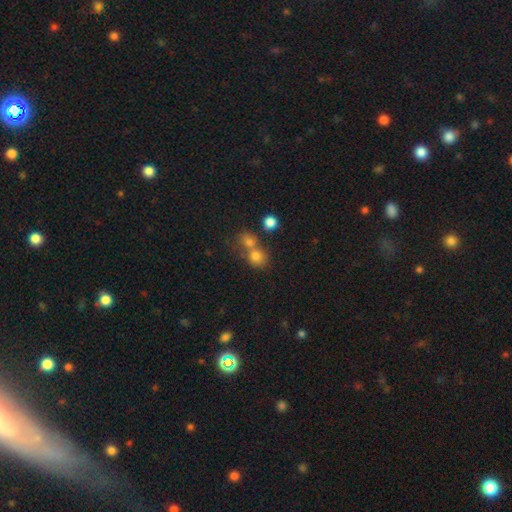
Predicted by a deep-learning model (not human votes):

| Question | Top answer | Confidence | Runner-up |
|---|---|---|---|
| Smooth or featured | smooth | 74% | star or artifact (15%) |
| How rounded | round | 74% | in between (24%) |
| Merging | merger | 52% | none (37%) |